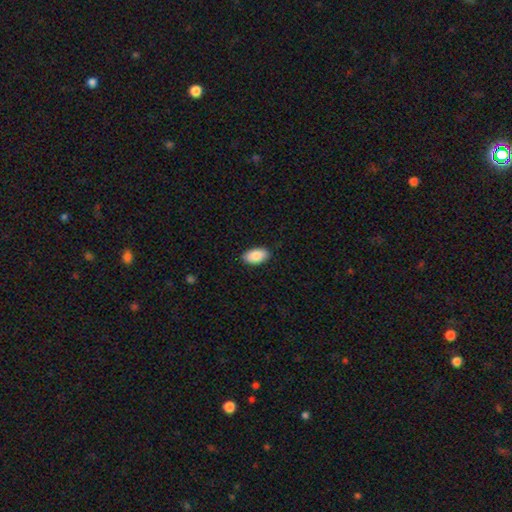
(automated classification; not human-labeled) smooth 89%, star or artifact 6%, featured or disk 5%. Down the decision tree: how rounded — in between (95%); merging — none (88%).